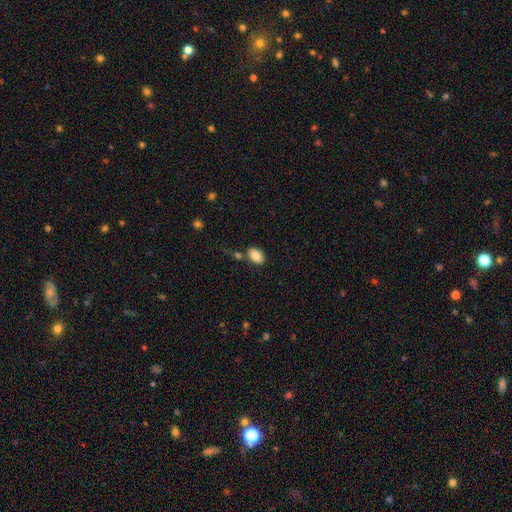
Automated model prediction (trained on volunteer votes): The model was most divided on "merging": none: 72%, minor disturbance: 13%, merger: 11%, major disturbance: 4%. More confident: smooth or featured — smooth (86%); how rounded — in between (85%).